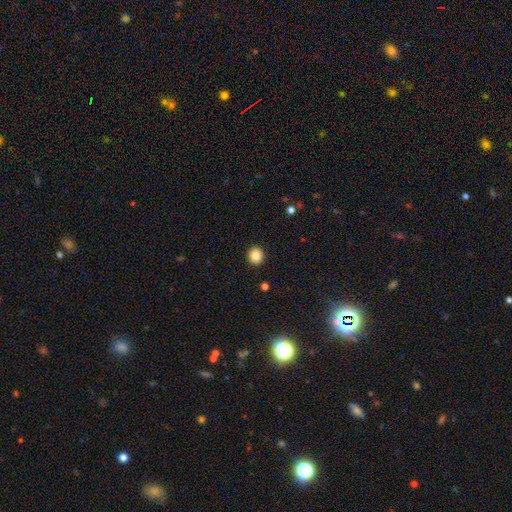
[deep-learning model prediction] smooth-or-featured: smooth: 86% | star or artifact: 10% | featured or disk: 5%
  how-rounded: round: 87% | in between: 13% | cigar-shaped: 1%
  merging: none: 92% | minor disturbance: 5% | major disturbance: 2% | merger: 1%